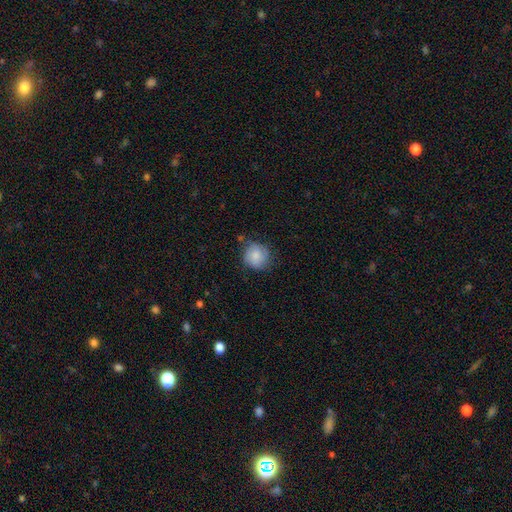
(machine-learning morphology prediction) A smooth galaxy with no disk features (79%) that is round (88%).

Vote fractions:
- Smooth or featured? smooth: 79% / featured or disk: 13% / star or artifact: 7%
- How rounded? round: 88% / in between: 11% / cigar-shaped: 1%
- Merging? none: 70% / minor disturbance: 22% / major disturbance: 5% / merger: 2%